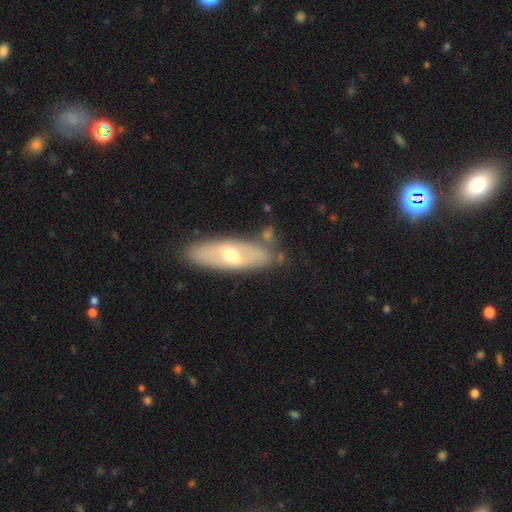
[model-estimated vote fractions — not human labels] smooth-or-featured: featured or disk: 59% | smooth: 31% | star or artifact: 10%
  disk-edge-on: no: 67% | yes: 33%
  merging: none: 77% | minor disturbance: 16% | major disturbance: 4% | merger: 3%